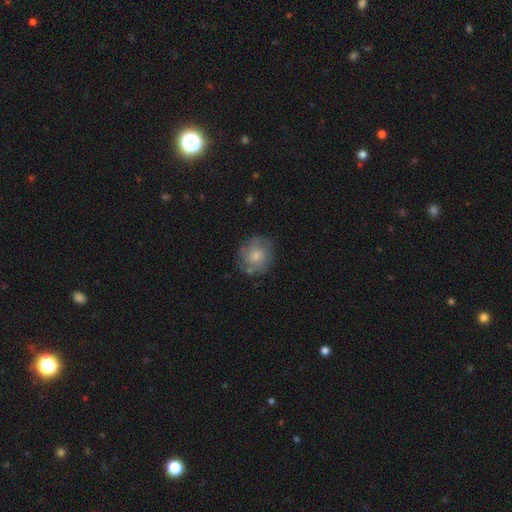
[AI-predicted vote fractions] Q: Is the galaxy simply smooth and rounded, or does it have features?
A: smooth — 56%.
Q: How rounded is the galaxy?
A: round — 83%.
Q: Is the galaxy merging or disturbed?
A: none — 75%.